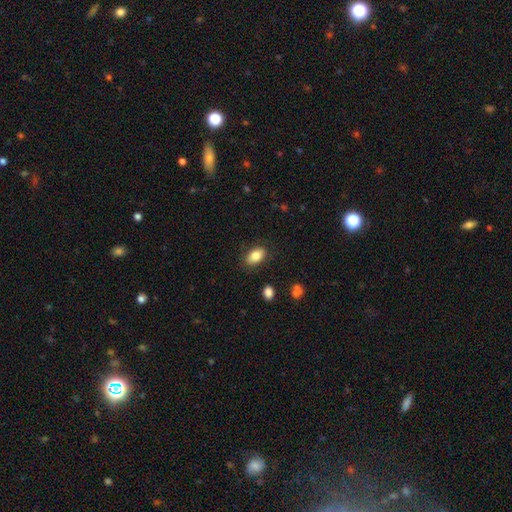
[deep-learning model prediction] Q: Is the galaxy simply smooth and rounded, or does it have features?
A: smooth — 83%.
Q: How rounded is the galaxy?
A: in between — 90%.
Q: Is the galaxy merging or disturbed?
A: none — 86%.